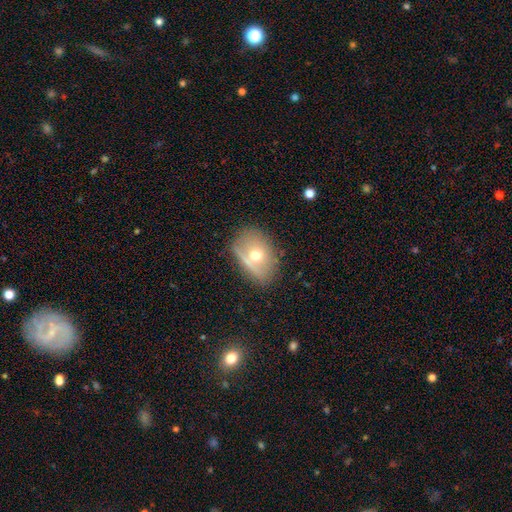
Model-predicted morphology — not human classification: Q: Smooth or featured?
A: smooth (54%); runner-up: featured or disk (35%)
Q: How rounded?
A: in between (68%); runner-up: round (29%)
Q: Merging?
A: none (63%); runner-up: minor disturbance (22%)